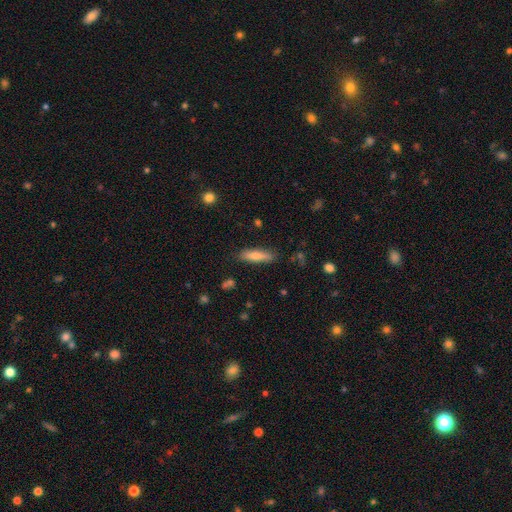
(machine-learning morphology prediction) smooth 73%, featured or disk 20%, star or artifact 7%. Down the decision tree: how rounded — cigar-shaped (71%); merging — none (84%).